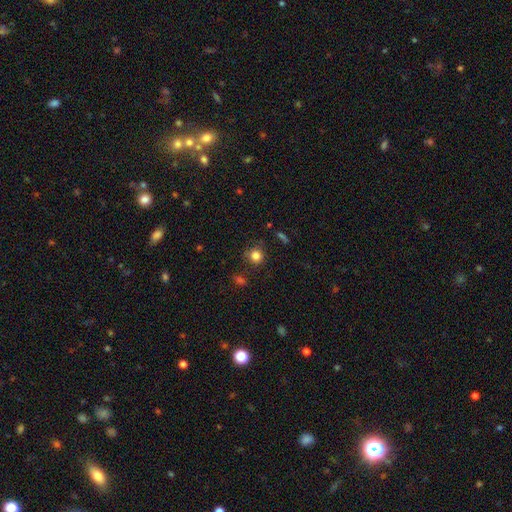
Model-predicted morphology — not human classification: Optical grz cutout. It shows a smooth galaxy with no disk features (82%) that is round (88%). Merging: none (80%).